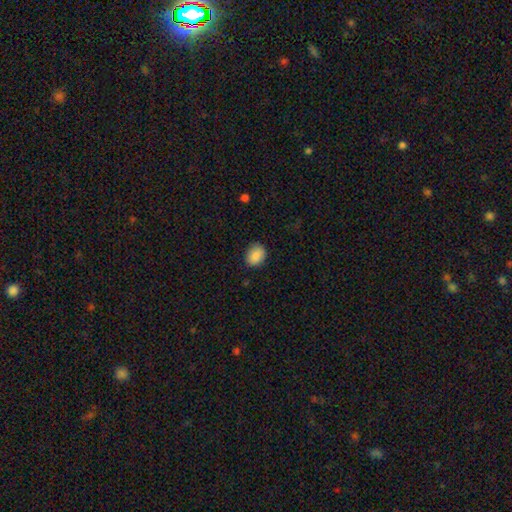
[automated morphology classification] smooth-or-featured: smooth: 88% | star or artifact: 7% | featured or disk: 4%
  how-rounded: in between: 57% | round: 42% | cigar-shaped: 1%
  merging: none: 83% | minor disturbance: 13% | major disturbance: 3% | merger: 1%